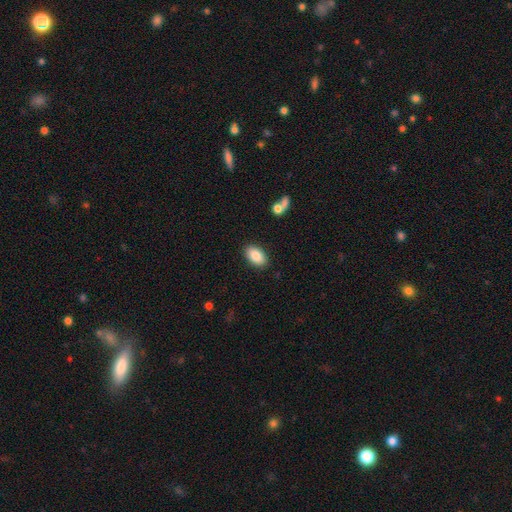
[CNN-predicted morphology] The model was most divided on "merging": none: 88%, minor disturbance: 8%, major disturbance: 2%, merger: 2%. More confident: how rounded — in between (93%); smooth or featured — smooth (87%).